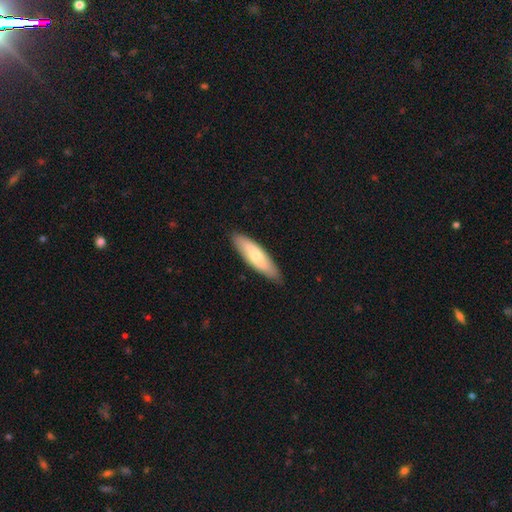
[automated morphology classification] Smooth or featured?
  - smooth: 62% *
  - featured or disk: 33%
  - star or artifact: 5%
How rounded?
  - cigar-shaped: 59% *
  - in between: 39%
  - round: 2%
Merging?
  - none: 86% *
  - minor disturbance: 11%
  - major disturbance: 2%
  - merger: 1%